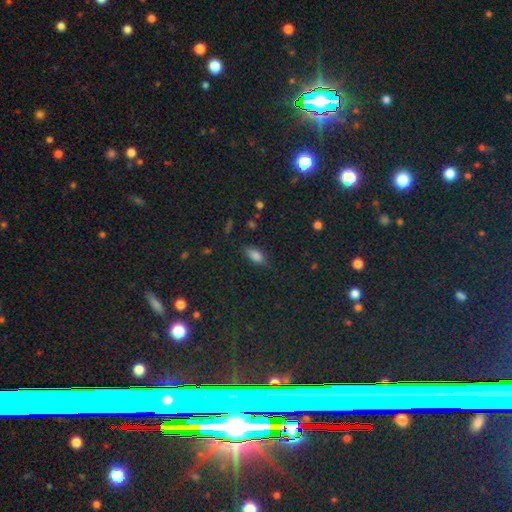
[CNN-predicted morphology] smooth_or_featured: smooth (p=0.76) [alt: star or artifact p=0.14]
how_rounded: in between (p=0.85) [alt: cigar-shaped p=0.11]
merging: none (p=0.79) [alt: minor disturbance p=0.15]